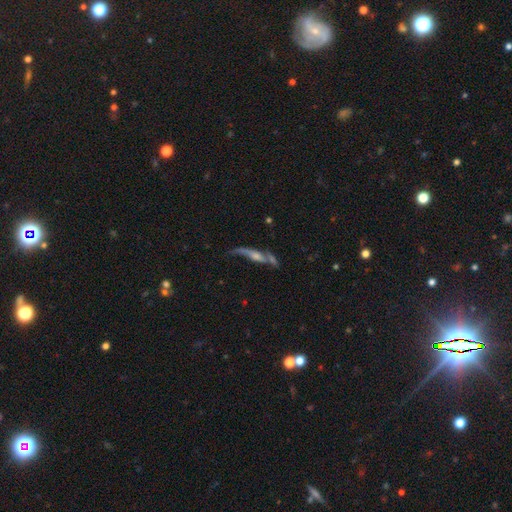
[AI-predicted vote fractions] This appears to be a featured or disk galaxy (66%) viewed edge-on (60%). Merging: none (37%).